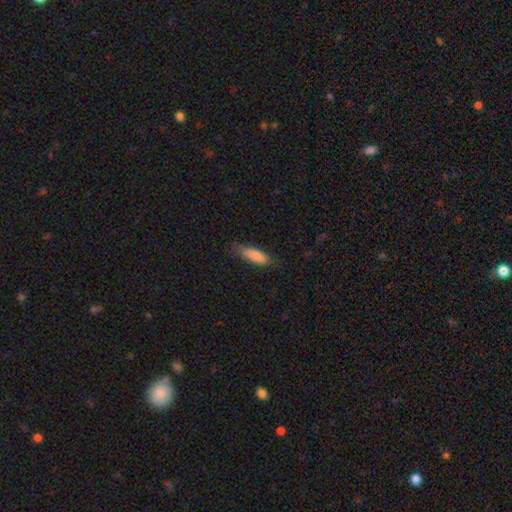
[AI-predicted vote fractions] Smooth or featured? Predicted: smooth (p=0.83). How rounded? Predicted: cigar-shaped (p=0.57). Merging? Predicted: none (p=0.76).